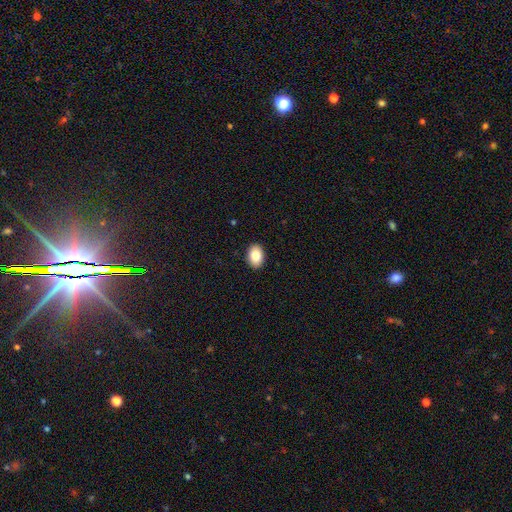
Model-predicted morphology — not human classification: Smooth or featured? smooth (84%)
How rounded? in between (81%)
Merging? none (91%)